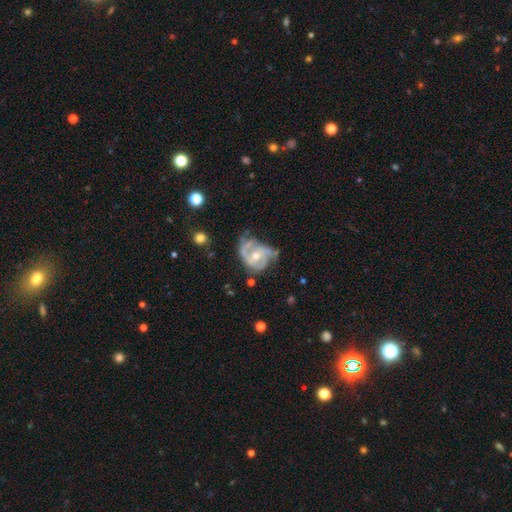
This appears to be a featured or disk galaxy (82%) with no bar (48%), 2 (43%) tight (53%) spiral arms (91%) and a moderate central bulge (82%). Merging: none (34%, tied with minor disturbance).